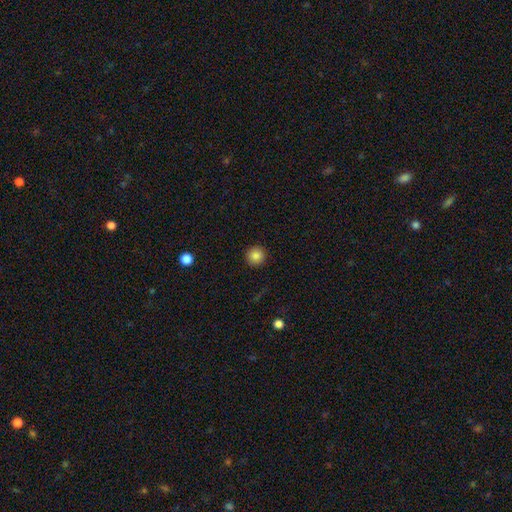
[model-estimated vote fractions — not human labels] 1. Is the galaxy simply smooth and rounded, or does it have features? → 85% smooth, 10% star or artifact, 5% featured or disk.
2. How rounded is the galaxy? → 95% round, 4% in between, 1% cigar-shaped.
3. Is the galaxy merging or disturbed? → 93% none, 5% minor disturbance, 2% major disturbance, 1% merger.